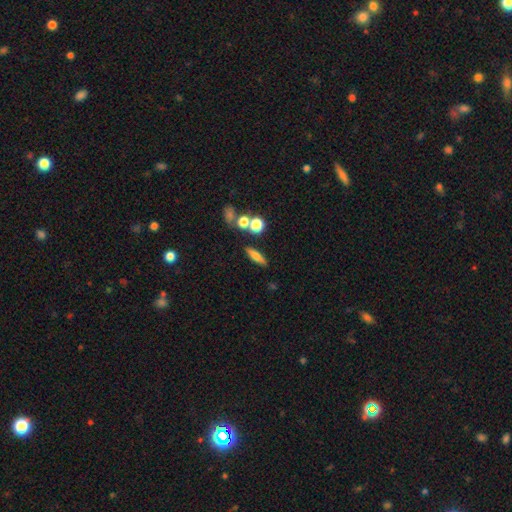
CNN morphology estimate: This appears to be a smooth galaxy with no disk features (57%) that is cigar-shaped (58%). Merging: none (81%).